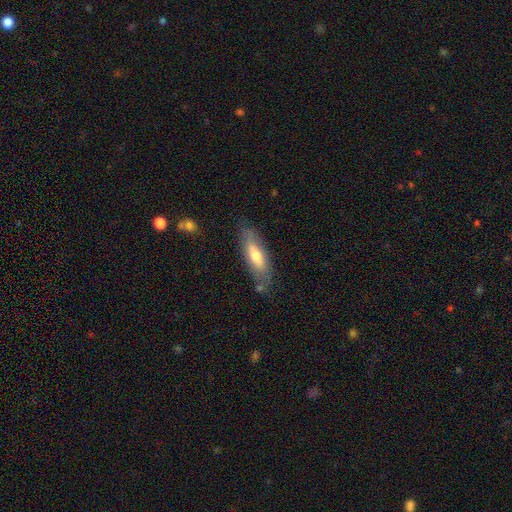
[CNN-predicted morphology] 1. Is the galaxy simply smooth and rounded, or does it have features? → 57% smooth, 37% featured or disk, 6% star or artifact.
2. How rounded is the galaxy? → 50% cigar-shaped, 48% in between, 2% round.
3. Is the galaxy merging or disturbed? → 75% none, 17% minor disturbance, 4% major disturbance, 4% merger.